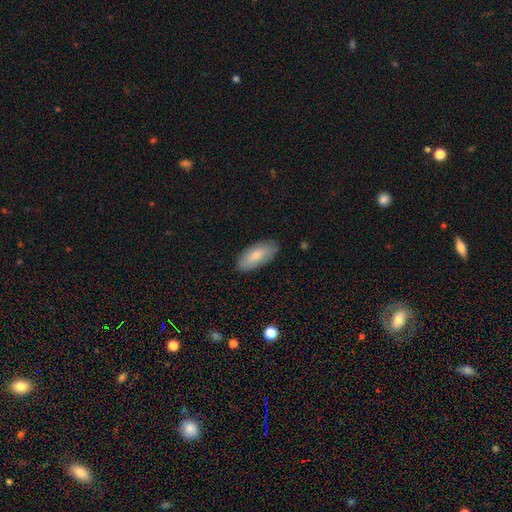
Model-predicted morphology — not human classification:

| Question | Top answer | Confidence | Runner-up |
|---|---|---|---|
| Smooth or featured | smooth | 77% | featured or disk (17%) |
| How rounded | in between | 89% | cigar-shaped (9%) |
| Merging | none | 84% | minor disturbance (13%) |